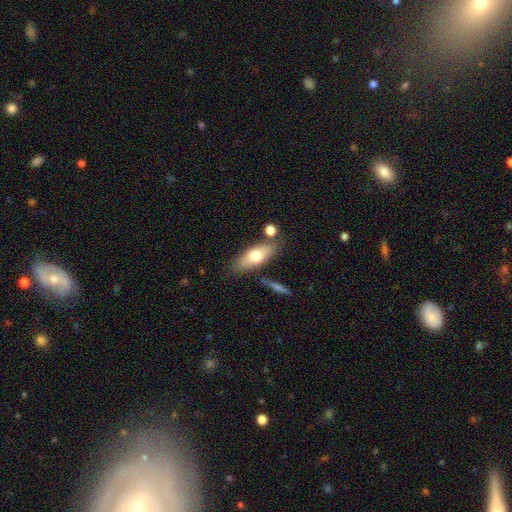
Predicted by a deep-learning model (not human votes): Smooth or featured: smooth — 67% (featured or disk — 27%)
How rounded: in between — 72% (cigar-shaped — 25%)
Merging: none — 75% (minor disturbance — 14%)